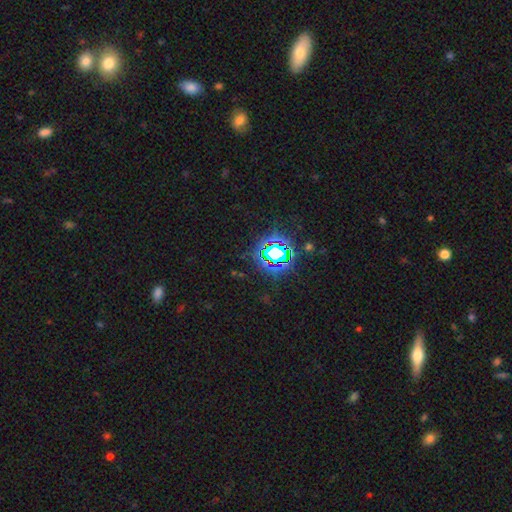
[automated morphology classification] Smooth or featured: star or artifact — 78% (smooth — 14%)